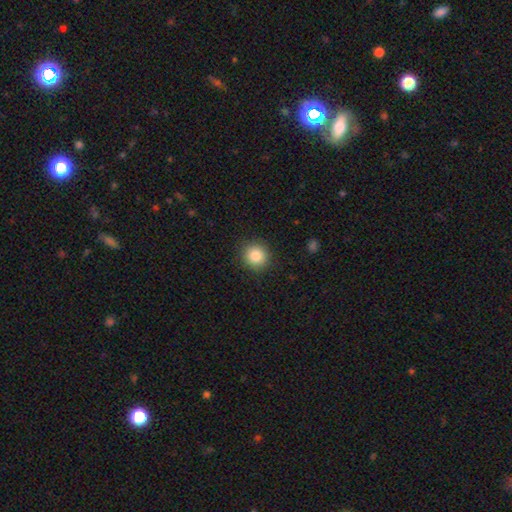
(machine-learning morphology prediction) Smooth or featured? Predicted: smooth (p=0.84). How rounded? Predicted: round (p=0.91). Merging? Predicted: none (p=0.91).